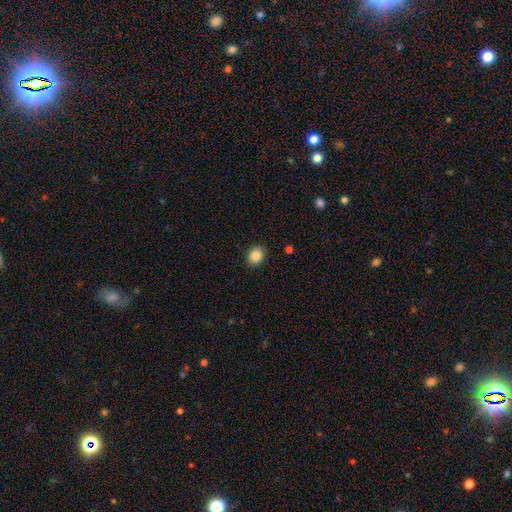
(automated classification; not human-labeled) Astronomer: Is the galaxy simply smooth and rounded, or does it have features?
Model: smooth — 87%.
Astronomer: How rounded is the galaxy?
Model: round — 57% (runner-up: in between, 42%).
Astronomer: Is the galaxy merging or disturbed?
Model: none — 89%.